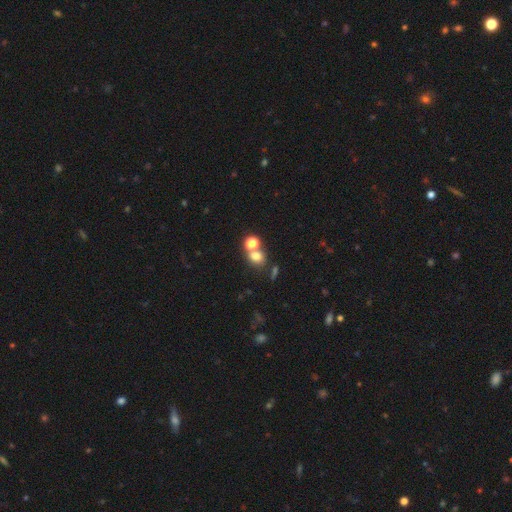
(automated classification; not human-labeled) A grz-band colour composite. It shows a smooth galaxy with no disk features (73%) that is round (69%). Merging: none (51%).